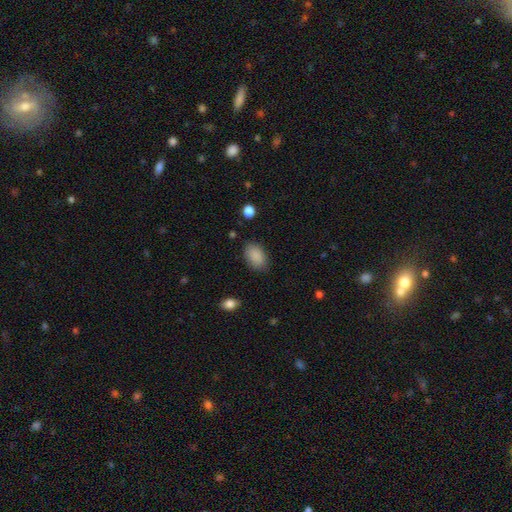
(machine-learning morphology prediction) Smooth or featured: smooth — 89% (star or artifact — 7%)
How rounded: in between — 90% (round — 8%)
Merging: none — 82% (minor disturbance — 13%)